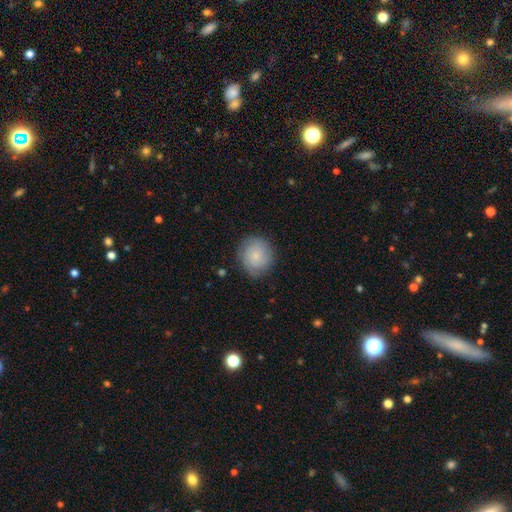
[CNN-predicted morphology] Smooth or featured?
  - smooth: 63% *
  - featured or disk: 29%
  - star or artifact: 8%
How rounded?
  - round: 84% *
  - in between: 15%
  - cigar-shaped: 1%
Merging?
  - none: 81% *
  - minor disturbance: 14%
  - major disturbance: 4%
  - merger: 1%